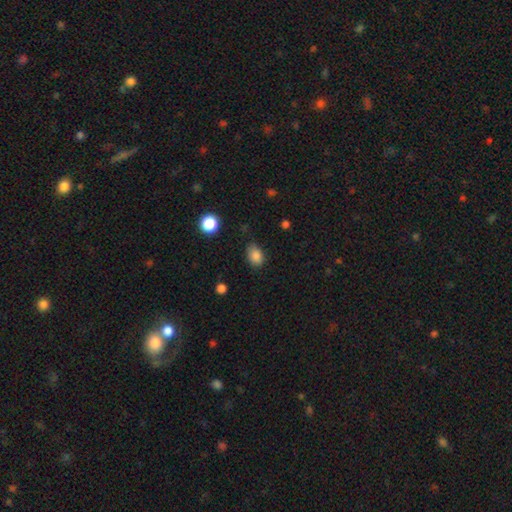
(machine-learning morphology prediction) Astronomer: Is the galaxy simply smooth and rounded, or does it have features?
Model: smooth — 86%.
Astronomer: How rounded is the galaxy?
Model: in between — 75%.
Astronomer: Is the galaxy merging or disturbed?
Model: none — 71%.